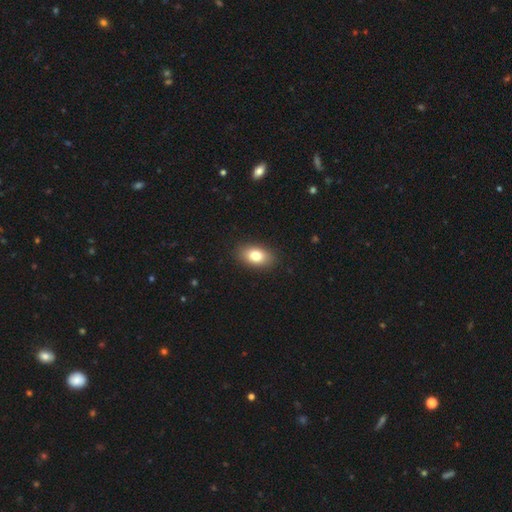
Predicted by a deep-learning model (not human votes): Smooth or featured?
  - smooth: 80% *
  - featured or disk: 11%
  - star or artifact: 8%
How rounded?
  - in between: 88% *
  - round: 10%
  - cigar-shaped: 2%
Merging?
  - none: 89% *
  - minor disturbance: 8%
  - major disturbance: 2%
  - merger: 1%